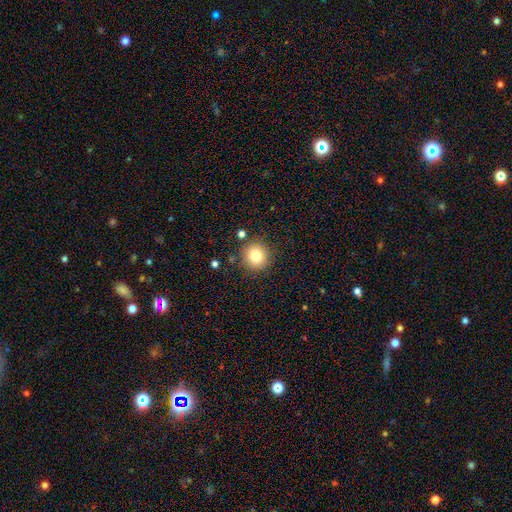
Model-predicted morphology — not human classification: The model was most divided on "smooth or featured": smooth: 79%, star or artifact: 12%, featured or disk: 9%. More confident: how rounded — round (94%); merging — none (86%).